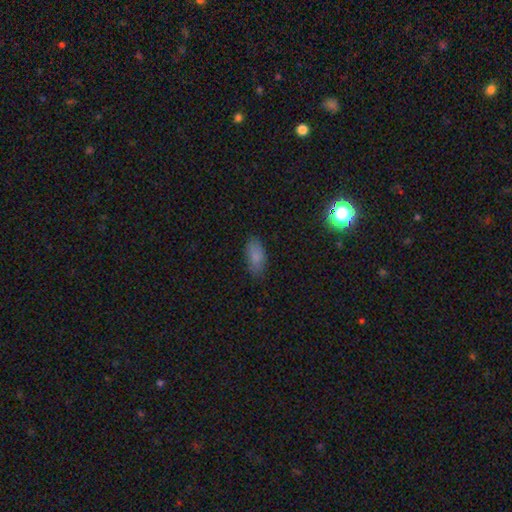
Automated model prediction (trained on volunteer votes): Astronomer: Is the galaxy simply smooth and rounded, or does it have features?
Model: smooth — 82%.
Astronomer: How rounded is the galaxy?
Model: in between — 90%.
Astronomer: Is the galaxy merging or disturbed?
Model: none — 82%.